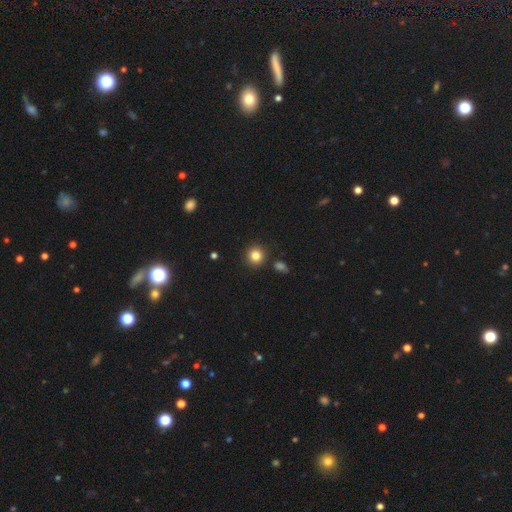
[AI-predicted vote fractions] The model was most divided on "smooth or featured": smooth: 83%, star or artifact: 11%, featured or disk: 5%. More confident: how rounded — round (92%); merging — none (88%).